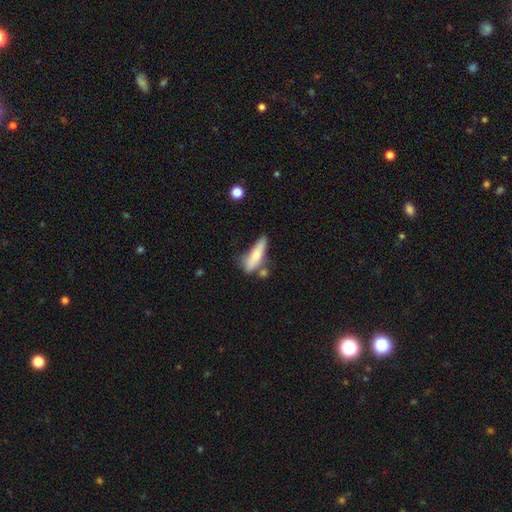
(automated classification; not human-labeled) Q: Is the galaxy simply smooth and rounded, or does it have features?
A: smooth — 68%.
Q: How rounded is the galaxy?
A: cigar-shaped — 61%.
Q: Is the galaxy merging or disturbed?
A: none — 44%.